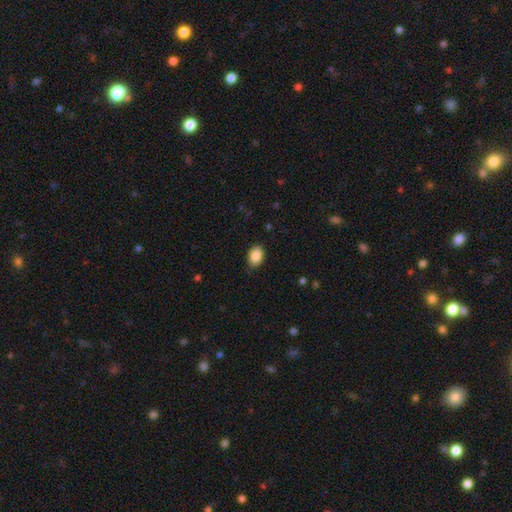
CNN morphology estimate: Smooth or featured?
  - smooth: 88% *
  - star or artifact: 7%
  - featured or disk: 5%
How rounded?
  - in between: 79% *
  - round: 20%
  - cigar-shaped: 1%
Merging?
  - none: 85% *
  - minor disturbance: 12%
  - major disturbance: 2%
  - merger: 1%